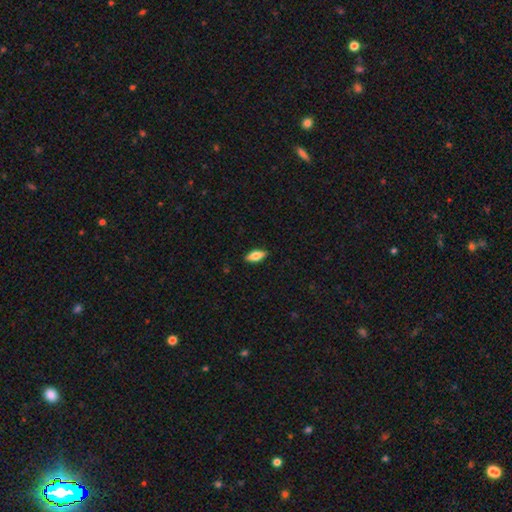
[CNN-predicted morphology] This appears to be a smooth galaxy with no disk features (74%) that is in between round and cigar-shaped (81%). Merging: none (88%).